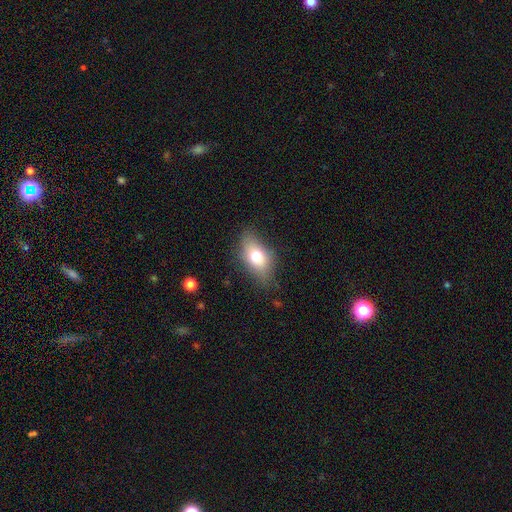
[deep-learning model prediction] Smooth or featured? Predicted: smooth (p=0.73). How rounded? Predicted: in between (p=0.86). Merging? Predicted: none (p=0.71).